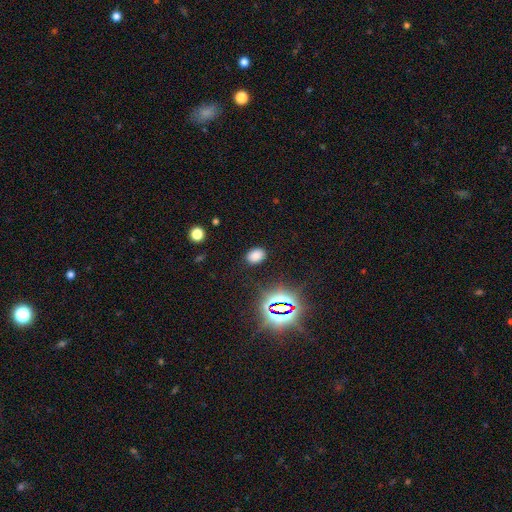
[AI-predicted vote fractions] Overall: smooth (72%). How rounded: in between (77%). Merging: none (86%).